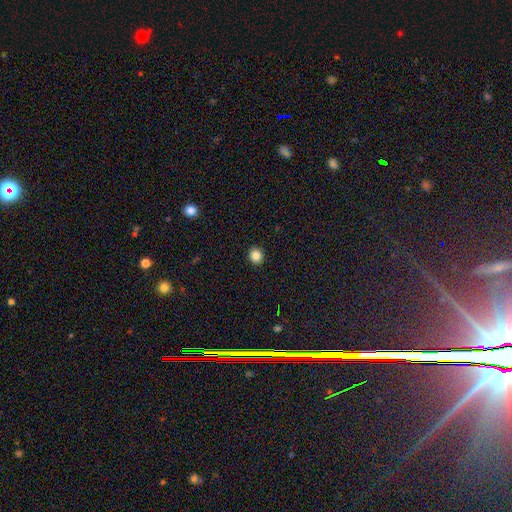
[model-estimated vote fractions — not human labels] A smooth galaxy with no disk features (85%) that is round (83%).

Vote fractions:
- Smooth or featured? smooth: 85% / star or artifact: 11% / featured or disk: 4%
- How rounded? round: 83% / in between: 16% / cigar-shaped: 1%
- Merging? none: 92% / minor disturbance: 5% / major disturbance: 2% / merger: 1%